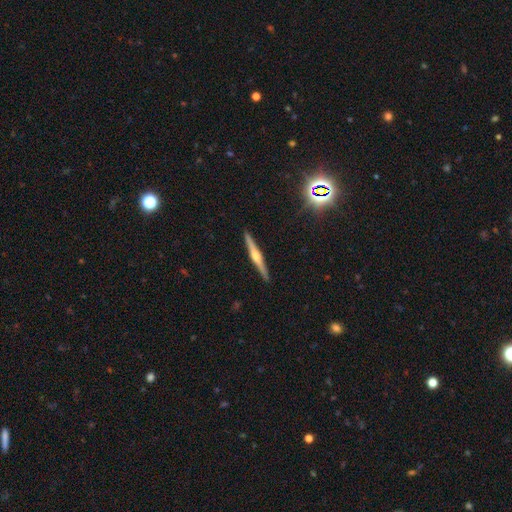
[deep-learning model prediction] Smooth or featured? featured or disk (75%)
Edge-on disk? yes (98%)
Edge-on bulge? rounded (90%)
Merging? none (92%)